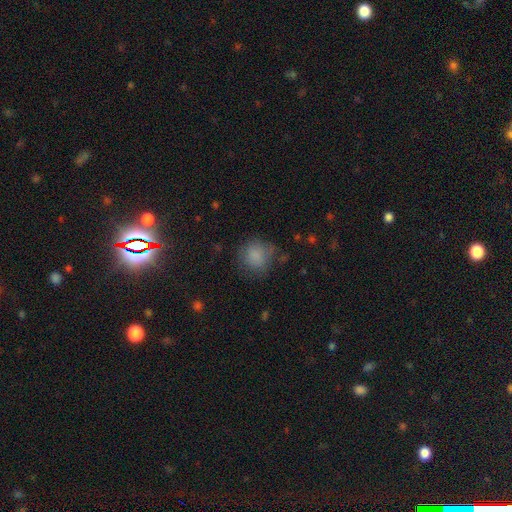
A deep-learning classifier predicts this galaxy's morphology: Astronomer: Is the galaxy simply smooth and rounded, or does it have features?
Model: smooth — 82%.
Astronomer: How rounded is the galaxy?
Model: round — 81%.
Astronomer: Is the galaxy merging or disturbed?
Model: none — 67%.